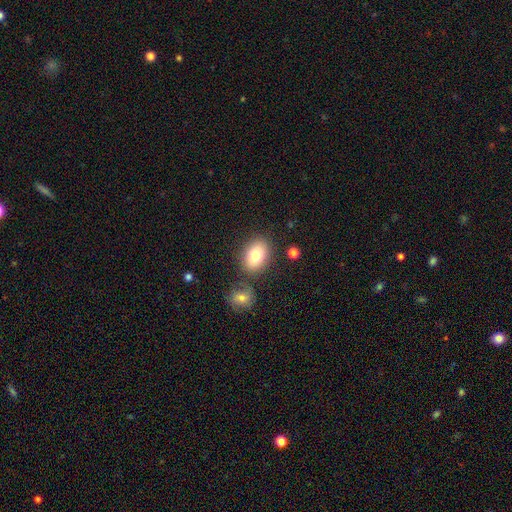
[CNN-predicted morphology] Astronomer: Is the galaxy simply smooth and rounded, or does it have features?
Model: smooth — 80%.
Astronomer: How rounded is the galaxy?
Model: in between — 77%.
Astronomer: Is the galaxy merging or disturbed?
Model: none — 77%.